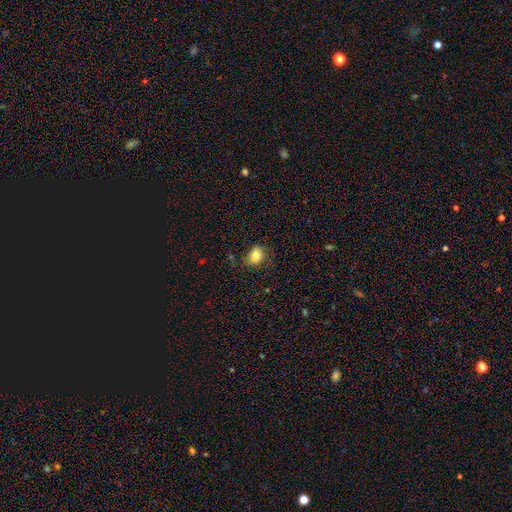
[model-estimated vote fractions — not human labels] smooth-or-featured: smooth: 80% | featured or disk: 10% | star or artifact: 10%
  how-rounded: in between: 58% | round: 41% | cigar-shaped: 1%
  merging: none: 72% | minor disturbance: 20% | major disturbance: 7% | merger: 2%